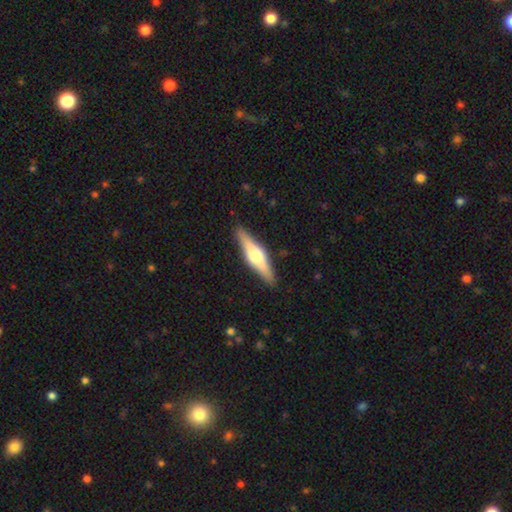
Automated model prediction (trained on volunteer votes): Smooth or featured: featured or disk — 58% (smooth — 36%)
Edge-on disk: yes — 96% (no — 4%)
Edge-on bulge: rounded — 84% (boxy — 12%)
Merging: none — 89% (minor disturbance — 8%)